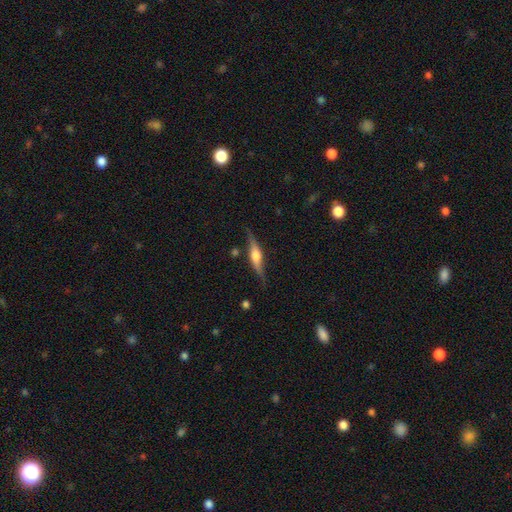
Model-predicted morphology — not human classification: Smooth or featured: featured or disk — 70% (smooth — 25%)
Edge-on disk: yes — 90% (no — 10%)
Edge-on bulge: rounded — 87% (boxy — 9%)
Merging: none — 74% (minor disturbance — 18%)